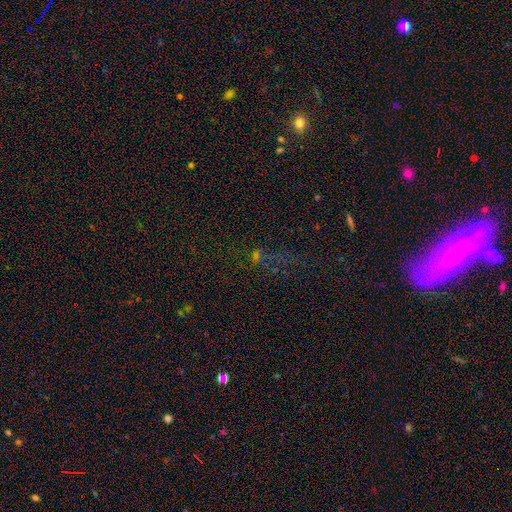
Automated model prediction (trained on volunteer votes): A star or artifact, not a galaxy (37%).

Vote fractions:
- Smooth or featured? star or artifact: 37% / featured or disk: 33% / smooth: 30%